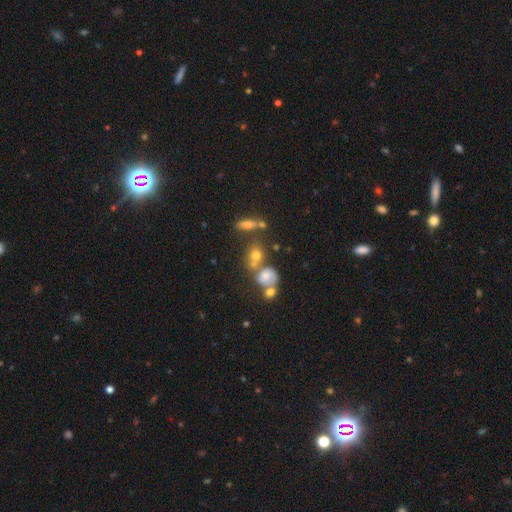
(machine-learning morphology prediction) Overall: smooth (64%). How rounded: round (56%; in between 40%). Merging: none (40%, tied with merger).